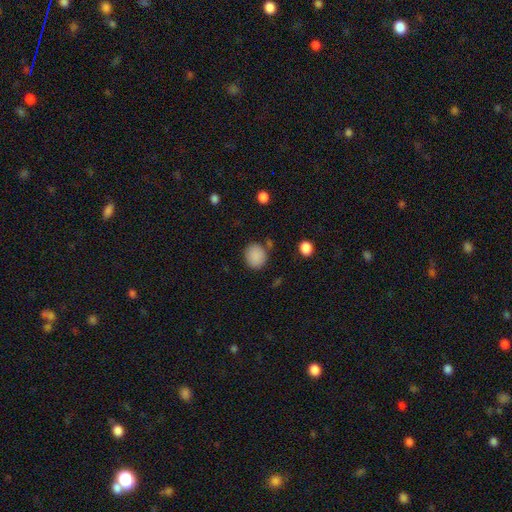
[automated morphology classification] Smooth or featured? Predicted: smooth (p=0.88). How rounded? Predicted: round (p=0.76). Merging? Predicted: none (p=0.80).